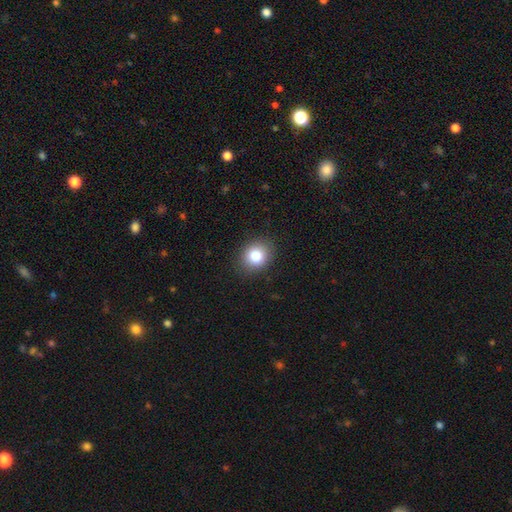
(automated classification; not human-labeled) Smooth or featured?
  - smooth: 82% *
  - star or artifact: 10%
  - featured or disk: 8%
How rounded?
  - round: 67% *
  - in between: 32%
  - cigar-shaped: 1%
Merging?
  - none: 89% *
  - minor disturbance: 8%
  - major disturbance: 2%
  - merger: 1%